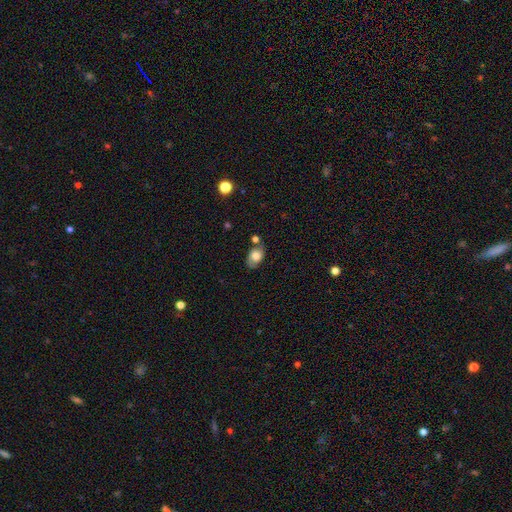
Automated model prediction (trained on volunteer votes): Morphology: type=smooth (66%); roundness=in between (84%); merging=none (58%).